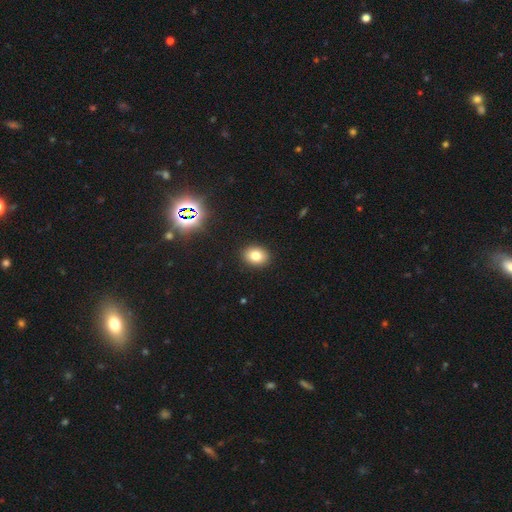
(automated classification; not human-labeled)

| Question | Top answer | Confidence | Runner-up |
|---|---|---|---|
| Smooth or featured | smooth | 79% | star or artifact (12%) |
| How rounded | in between | 55% | round (44%) |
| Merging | none | 91% | minor disturbance (6%) |